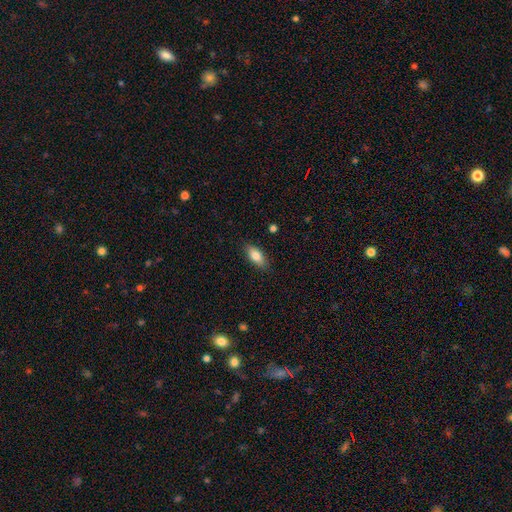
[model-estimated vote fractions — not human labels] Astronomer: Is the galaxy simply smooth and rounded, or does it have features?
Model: smooth — 80%.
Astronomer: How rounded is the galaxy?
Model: in between — 82%.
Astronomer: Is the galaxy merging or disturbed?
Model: none — 86%.